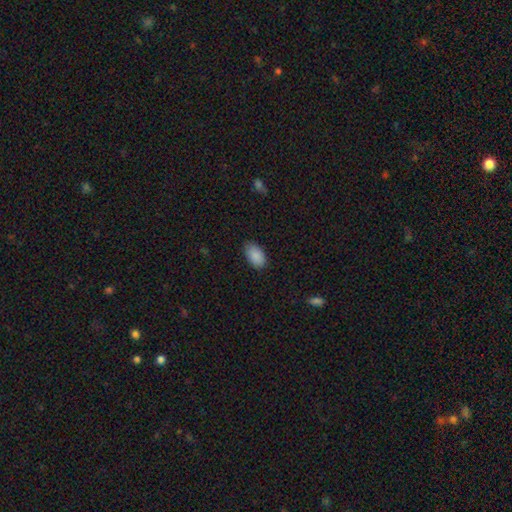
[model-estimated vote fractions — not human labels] Smooth or featured? Predicted: smooth (p=0.89). How rounded? Predicted: in between (p=0.94). Merging? Predicted: none (p=0.83).